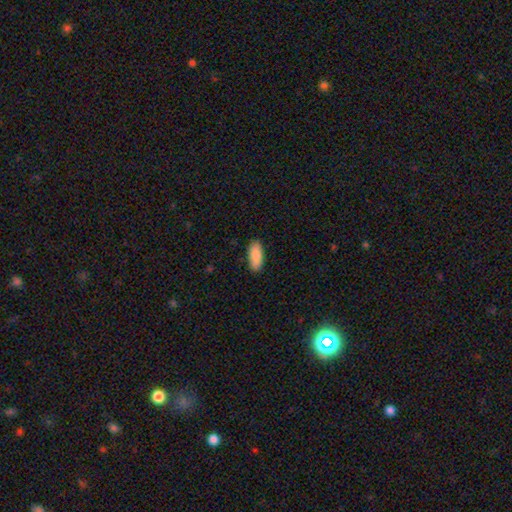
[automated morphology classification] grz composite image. It shows a smooth galaxy with no disk features (88%) that is in between round and cigar-shaped (85%). Merging: none (89%).